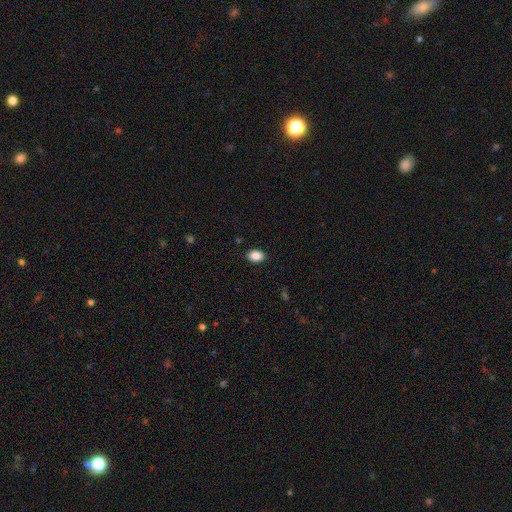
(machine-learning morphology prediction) type=smooth (88%); roundness=in between (80%); merging=none (89%).